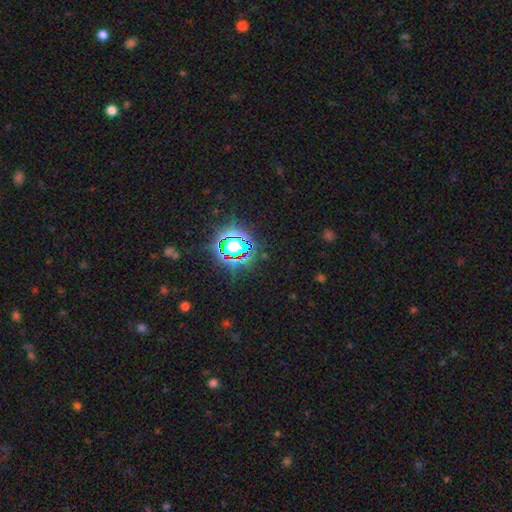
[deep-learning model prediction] Smooth or featured? star or artifact (82%)